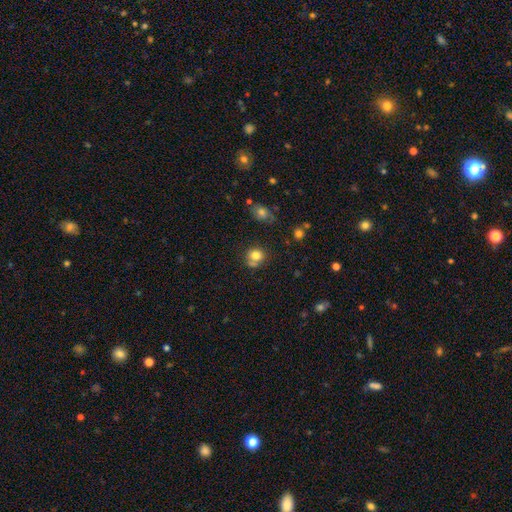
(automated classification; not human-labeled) smooth 78%, star or artifact 12%, featured or disk 10%. Down the decision tree: how rounded — round (79%); merging — none (60%).